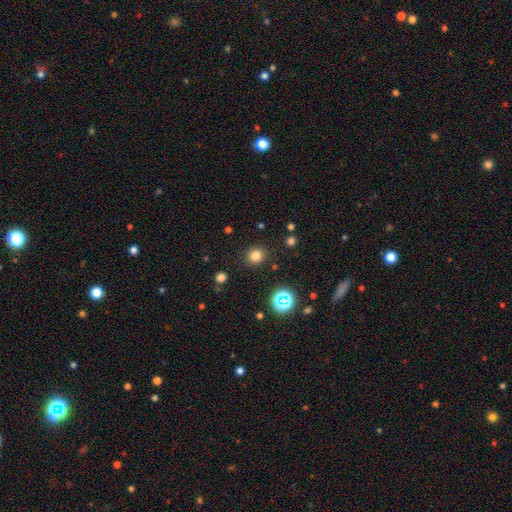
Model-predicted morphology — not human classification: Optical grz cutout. It shows a smooth galaxy with no disk features (78%) that is round (84%). Merging: none (89%).